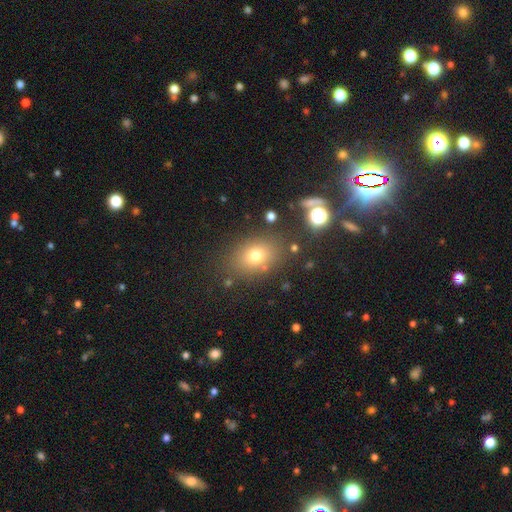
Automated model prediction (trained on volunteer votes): Smooth or featured? smooth (72%)
How rounded? in between (66%)
Merging? none (79%)